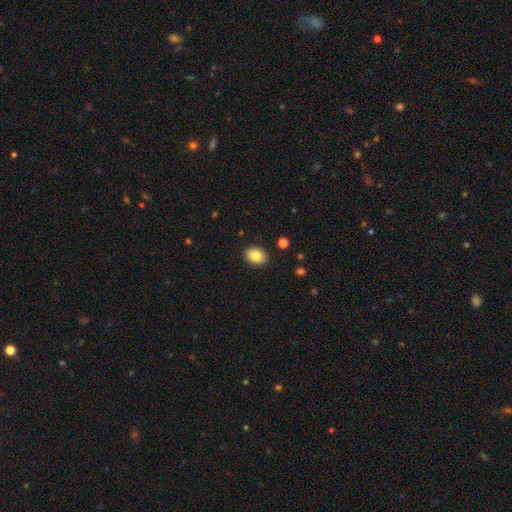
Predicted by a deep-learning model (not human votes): smooth-or-featured: smooth: 84% | star or artifact: 8% | featured or disk: 7%
  how-rounded: in between: 65% | round: 34% | cigar-shaped: 1%
  merging: none: 89% | minor disturbance: 7% | major disturbance: 2% | merger: 1%